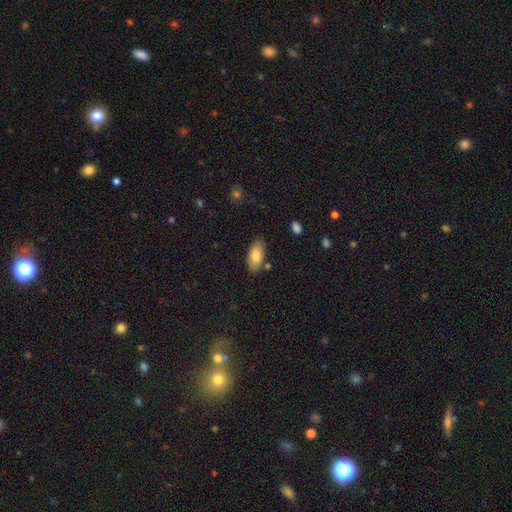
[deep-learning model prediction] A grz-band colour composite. It shows a smooth galaxy with no disk features (81%) that is in between round and cigar-shaped (91%). Merging: none (82%).